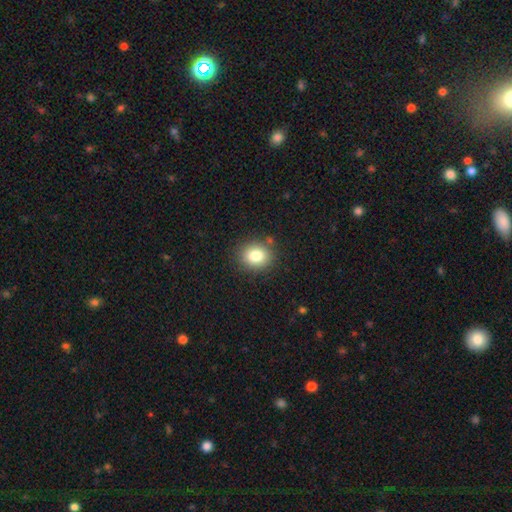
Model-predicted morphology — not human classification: The model was most divided on "how rounded": round: 65%, in between: 34%, cigar-shaped: 1%. More confident: merging — none (86%); smooth or featured — smooth (81%).